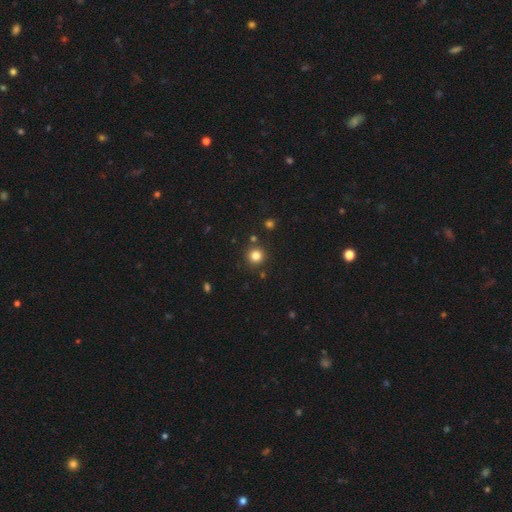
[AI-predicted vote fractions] Smooth or featured? smooth (82%)
How rounded? round (94%)
Merging? none (87%)